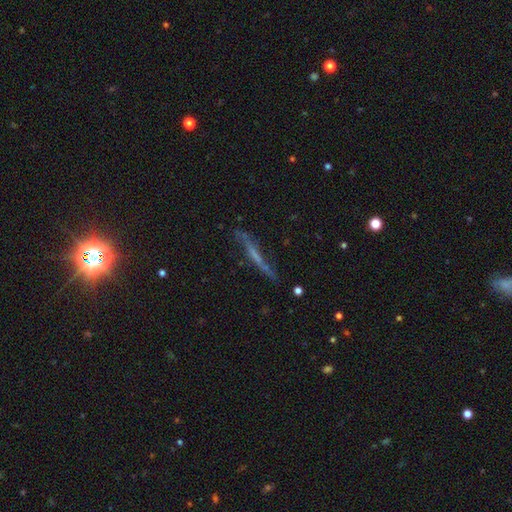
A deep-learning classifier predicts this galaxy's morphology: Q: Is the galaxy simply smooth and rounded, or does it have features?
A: featured or disk — 59%.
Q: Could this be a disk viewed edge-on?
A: yes — 85%.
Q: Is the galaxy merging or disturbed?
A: none — 71%.